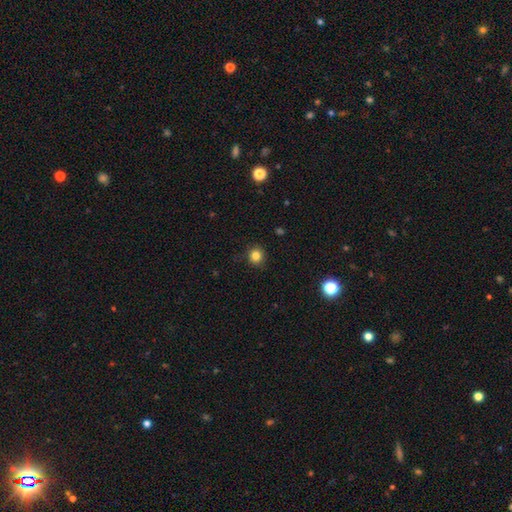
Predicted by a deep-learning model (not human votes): Overall: smooth (82%). How rounded: round (89%). Merging: none (87%).